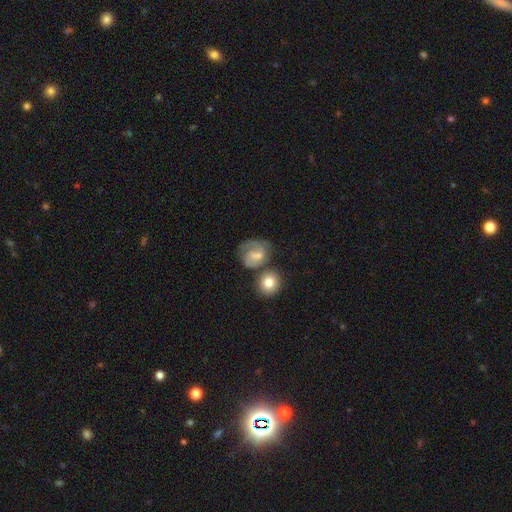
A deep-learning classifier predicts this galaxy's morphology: This is possibly a featured or disk galaxy (46%). Merging: marginally none (43%).